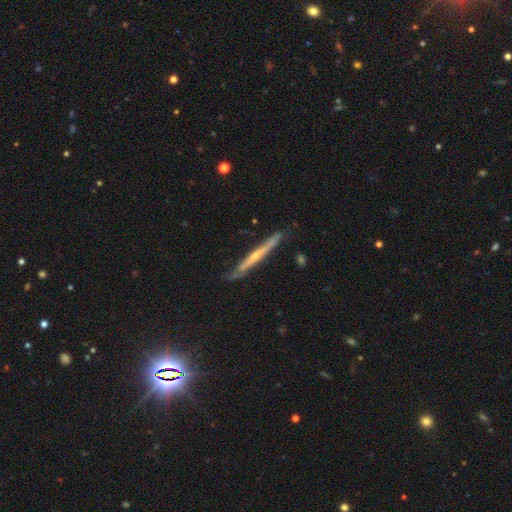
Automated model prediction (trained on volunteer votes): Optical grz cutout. It shows a featured or disk galaxy (72%) viewed edge-on (94%) with a rounded central bulge (59%). Merging: none (74%).